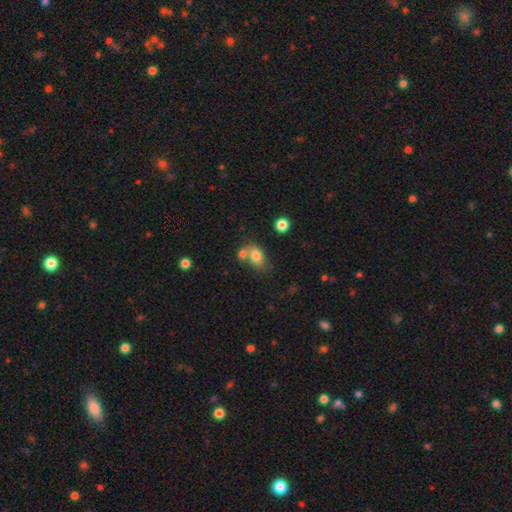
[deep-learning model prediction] Morphology: type=smooth (79%); roundness=in between (77%); merging=none (46%).